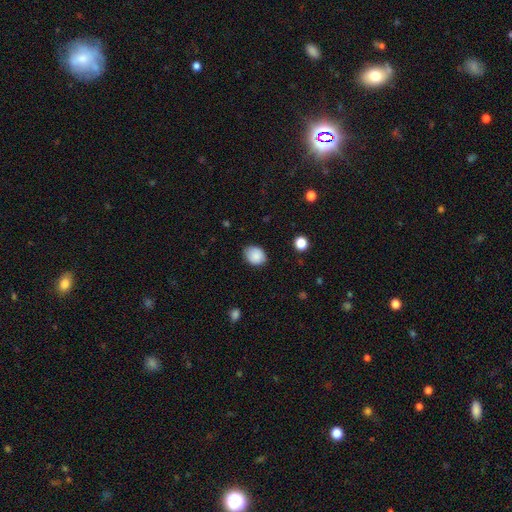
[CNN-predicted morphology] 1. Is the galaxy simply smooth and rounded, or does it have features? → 86% smooth, 8% star or artifact, 5% featured or disk.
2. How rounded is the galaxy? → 54% in between, 46% round, 1% cigar-shaped.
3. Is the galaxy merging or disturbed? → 77% none, 19% minor disturbance, 3% major disturbance, 1% merger.